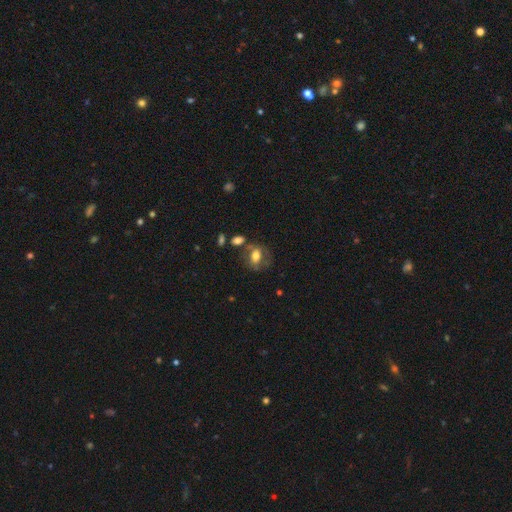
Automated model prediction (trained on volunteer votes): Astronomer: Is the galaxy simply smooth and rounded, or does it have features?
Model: smooth — 61%.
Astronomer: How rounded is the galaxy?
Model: in between — 69%.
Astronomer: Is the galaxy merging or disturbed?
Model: none — 55%.